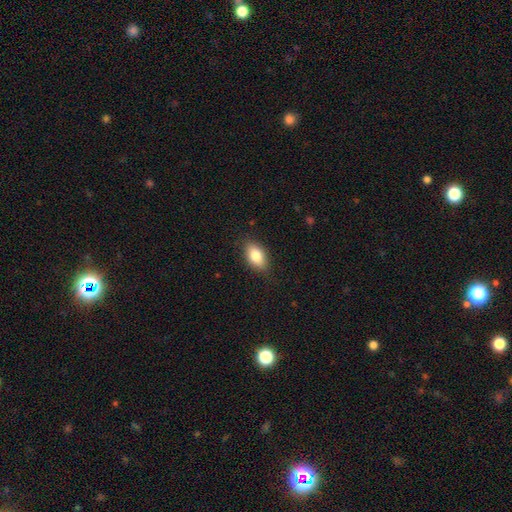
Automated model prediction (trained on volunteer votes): Overall: smooth (81%). How rounded: in between (89%). Merging: none (84%).